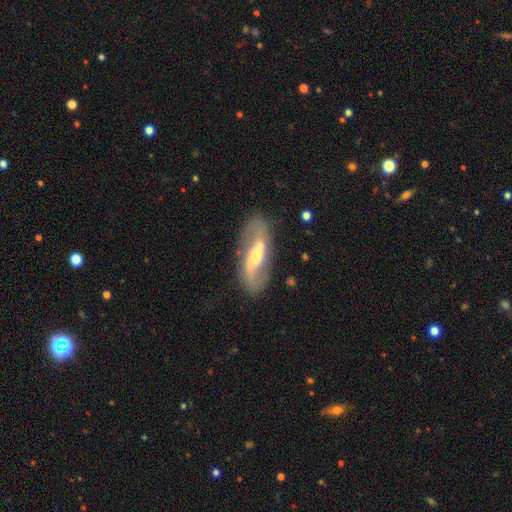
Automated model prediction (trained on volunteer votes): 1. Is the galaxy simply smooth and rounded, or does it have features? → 76% featured or disk, 19% smooth, 6% star or artifact.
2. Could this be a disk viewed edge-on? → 91% no, 9% yes.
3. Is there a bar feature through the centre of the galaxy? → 37% weak, 33% strong, 30% no.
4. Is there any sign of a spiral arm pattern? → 87% yes, 13% no.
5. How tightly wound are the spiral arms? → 58% loose, 32% medium, 11% tight.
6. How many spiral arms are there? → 86% 2, 6% can't tell, 5% 1, 1% 3, 1% 4, 1% more than 4.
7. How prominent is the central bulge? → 49% small, 38% moderate, 7% large, 4% none, 2% dominant.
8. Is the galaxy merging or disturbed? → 71% none, 18% minor disturbance, 9% major disturbance, 3% merger.